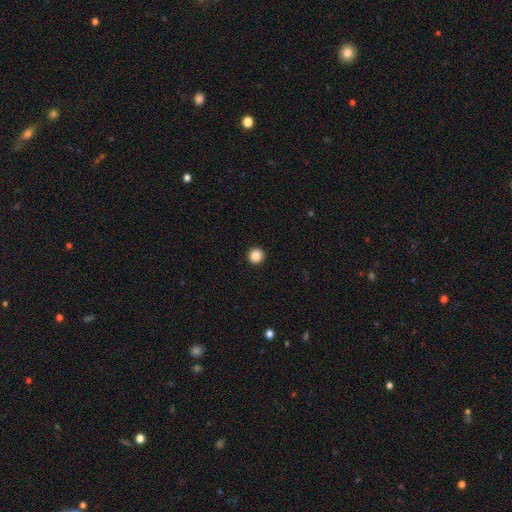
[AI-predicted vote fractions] Q: Smooth or featured?
A: smooth (88%); runner-up: star or artifact (10%)
Q: How rounded?
A: round (96%); runner-up: in between (3%)
Q: Merging?
A: none (93%); runner-up: minor disturbance (5%)